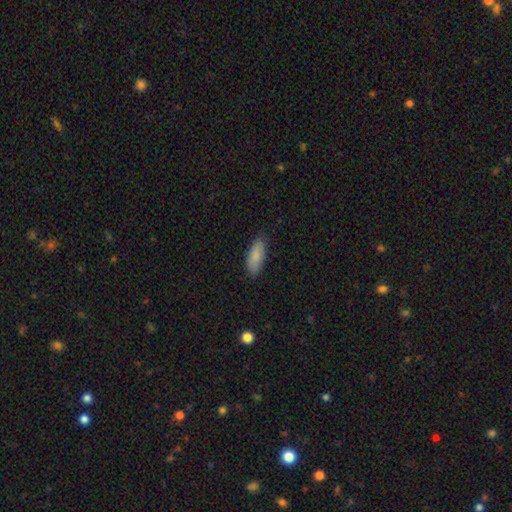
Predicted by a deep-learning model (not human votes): Smooth or featured? Predicted: smooth (p=0.86). How rounded? Predicted: in between (p=0.76). Merging? Predicted: none (p=0.83).